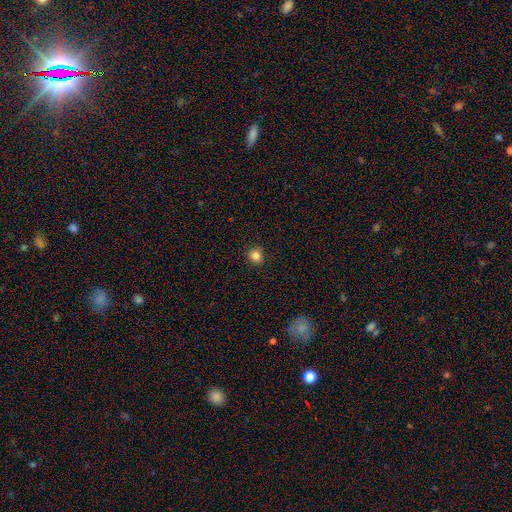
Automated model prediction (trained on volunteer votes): Smooth or featured? smooth (84%)
How rounded? round (86%)
Merging? none (91%)